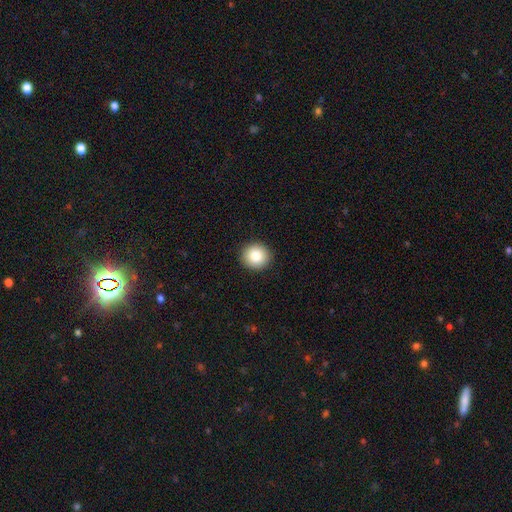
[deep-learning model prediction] A smooth galaxy with no disk features (84%) that is round (91%).

Vote fractions:
- Smooth or featured? smooth: 84% / star or artifact: 9% / featured or disk: 7%
- How rounded? round: 91% / in between: 8% / cigar-shaped: 1%
- Merging? none: 93% / minor disturbance: 5% / major disturbance: 2% / merger: 1%